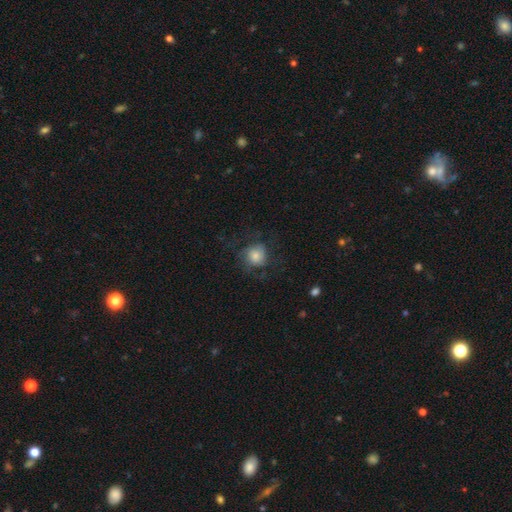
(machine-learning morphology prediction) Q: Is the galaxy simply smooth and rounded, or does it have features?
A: smooth — 56%.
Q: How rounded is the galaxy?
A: round — 84%.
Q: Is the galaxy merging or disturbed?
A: none — 57%.